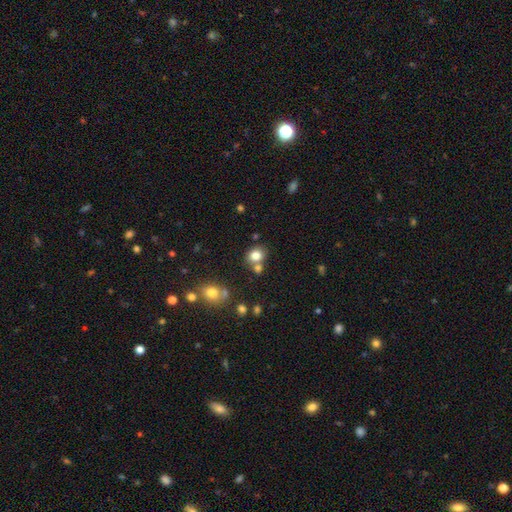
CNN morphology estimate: This appears to be a smooth galaxy with no disk features (80%) that is round (65%). Merging: none (61%).